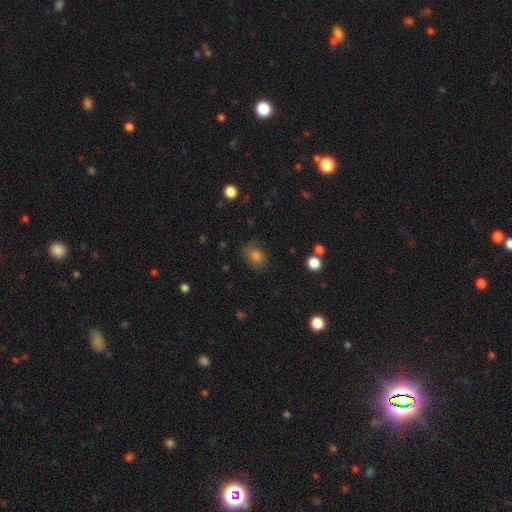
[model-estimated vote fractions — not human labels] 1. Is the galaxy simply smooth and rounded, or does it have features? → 71% smooth, 16% star or artifact, 13% featured or disk.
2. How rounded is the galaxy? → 57% in between, 42% round, 1% cigar-shaped.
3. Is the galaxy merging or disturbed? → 72% none, 19% minor disturbance, 7% major disturbance, 2% merger.